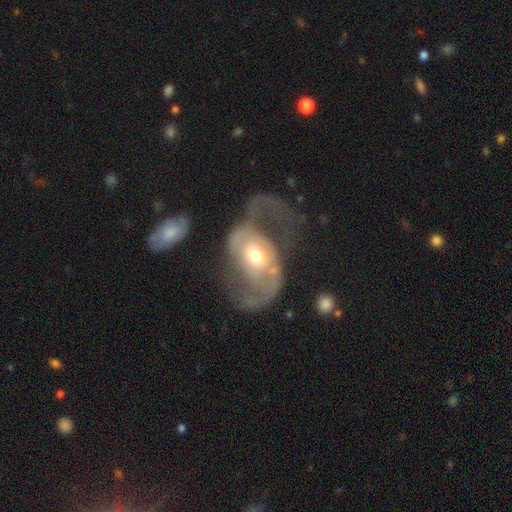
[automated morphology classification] Smooth or featured?
  - featured or disk: 77% *
  - smooth: 18%
  - star or artifact: 6%
Edge-on disk?
  - no: 95% *
  - yes: 5%
Bar?
  - no: 54% *
  - weak: 31%
  - strong: 14%
Spiral arms?
  - yes: 75% *
  - no: 25%
Spiral winding?
  - loose: 44% *
  - medium: 40%
  - tight: 15%
Spiral arm count?
  - 2: 78% *
  - can't tell: 10%
  - 1: 8%
  - 3: 2%
  - 4: 1%
  - more than 4: 1%
Bulge size?
  - moderate: 63% *
  - small: 26%
  - large: 9%
  - dominant: 1%
  - none: 1%
Merging?
  - major disturbance: 44% *
  - none: 33%
  - minor disturbance: 16%
  - merger: 7%